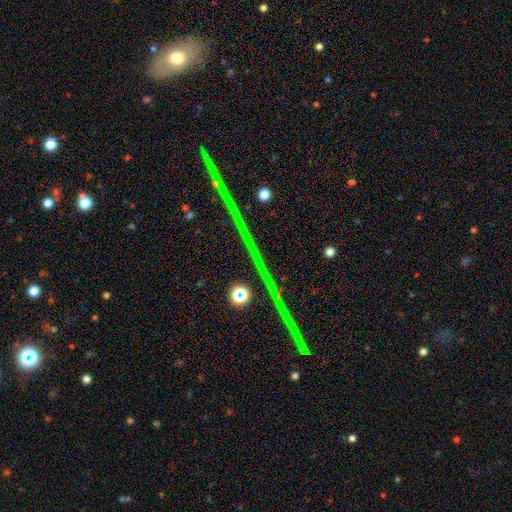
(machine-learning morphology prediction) A star or artifact, not a galaxy (81%).